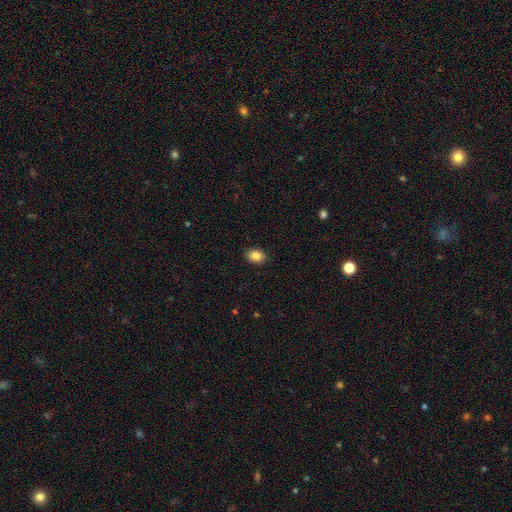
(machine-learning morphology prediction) type=smooth (87%); roundness=in between (68%); merging=none (90%).